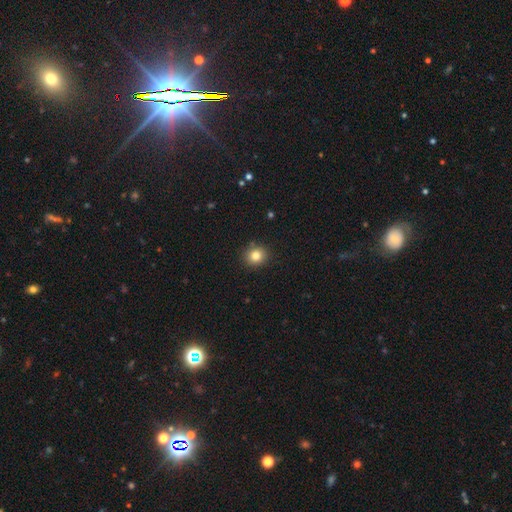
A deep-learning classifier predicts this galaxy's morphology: This appears to be a smooth galaxy with no disk features (82%) that is round (83%). Merging: none (89%).